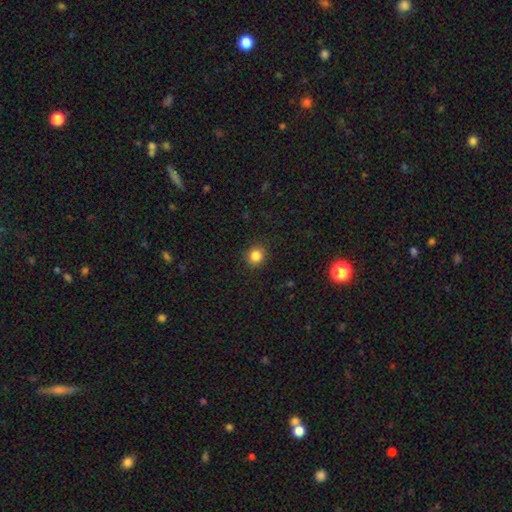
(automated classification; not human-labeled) This appears to be a smooth galaxy with no disk features (84%) that is round (88%). Merging: none (90%).